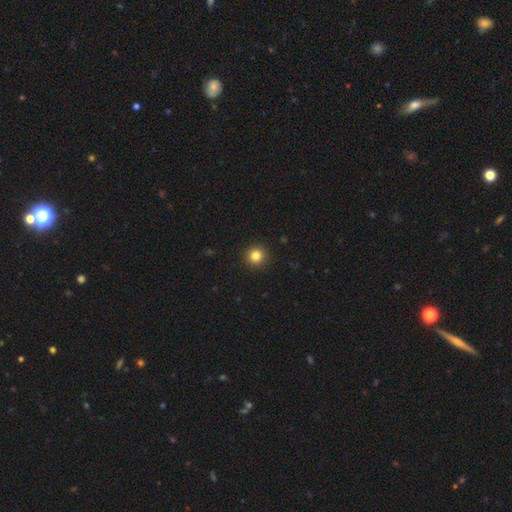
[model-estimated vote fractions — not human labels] The model was most divided on "smooth or featured": smooth: 83%, star or artifact: 12%, featured or disk: 5%. More confident: how rounded — round (95%); merging — none (93%).